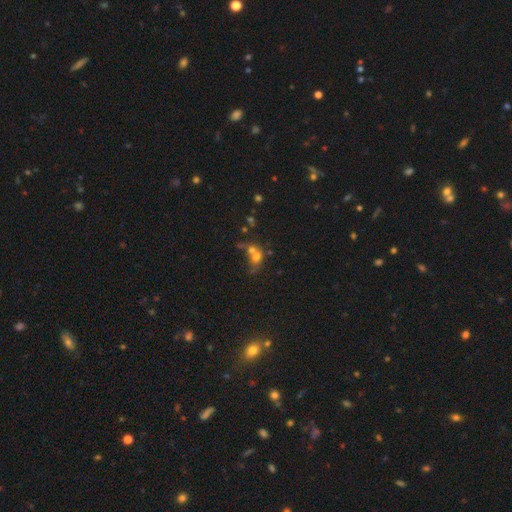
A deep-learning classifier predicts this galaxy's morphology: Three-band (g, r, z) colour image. It shows a smooth galaxy with no disk features (60%) that is round (59%). Merging: merger (60%).